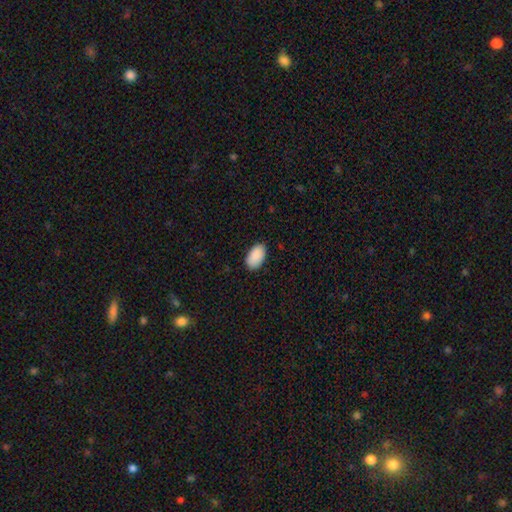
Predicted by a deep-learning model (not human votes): smooth_or_featured: smooth (p=0.91) [alt: star or artifact p=0.07]
how_rounded: in between (p=0.95) [alt: round p=0.04]
merging: none (p=0.85) [alt: minor disturbance p=0.12]